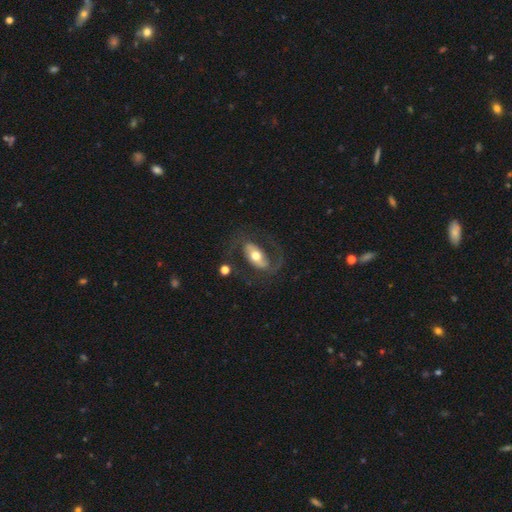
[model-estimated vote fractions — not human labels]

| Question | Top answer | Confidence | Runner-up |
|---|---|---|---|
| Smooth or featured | featured or disk | 72% | smooth (22%) |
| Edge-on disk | no | 93% | yes (7%) |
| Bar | strong | 37% | no (32%) |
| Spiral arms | yes | 80% | no (20%) |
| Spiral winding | medium | 48% | loose (36%) |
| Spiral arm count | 2 | 83% | 1 (8%) |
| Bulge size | moderate | 70% | large (15%) |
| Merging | none | 64% | major disturbance (18%) |